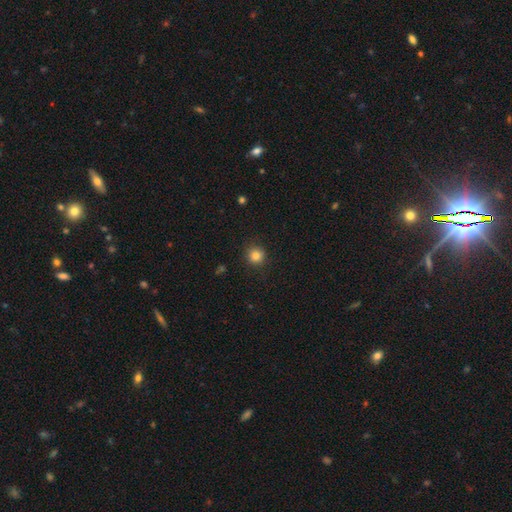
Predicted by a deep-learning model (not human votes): Morphology: type=smooth (82%); roundness=round (93%); merging=none (88%).